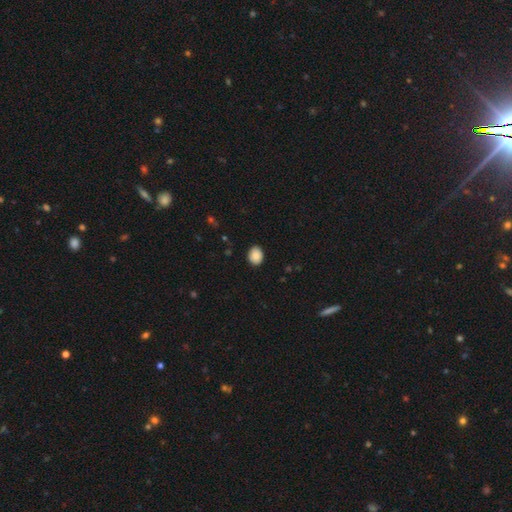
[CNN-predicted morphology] This is clearly a smooth galaxy (89%). How rounded: possibly round (50%). Merging: clearly none (89%).